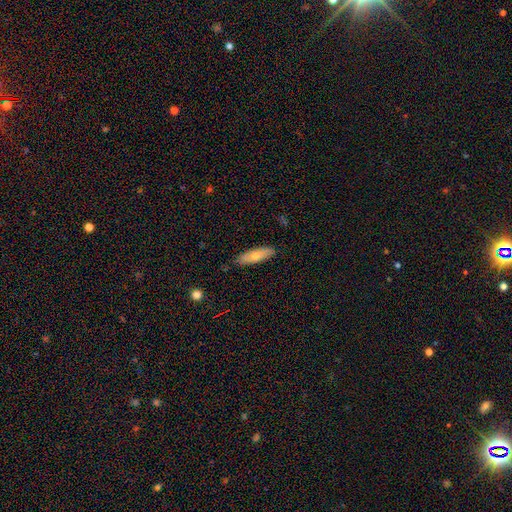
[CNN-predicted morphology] Smooth or featured: smooth — 71% (featured or disk — 23%)
How rounded: cigar-shaped — 55% (in between — 43%)
Merging: none — 85% (minor disturbance — 12%)